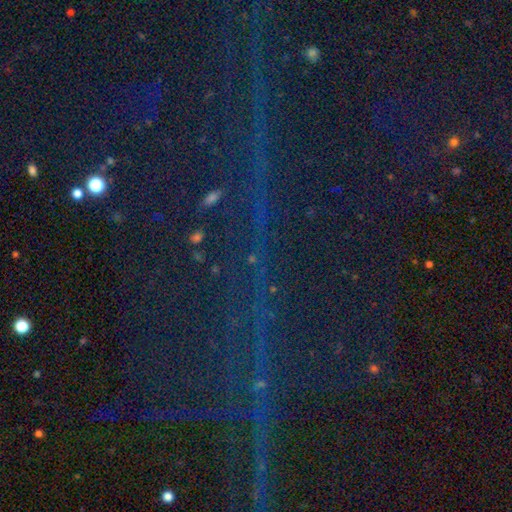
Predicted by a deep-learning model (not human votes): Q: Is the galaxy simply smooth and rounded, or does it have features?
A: star or artifact — 83%.